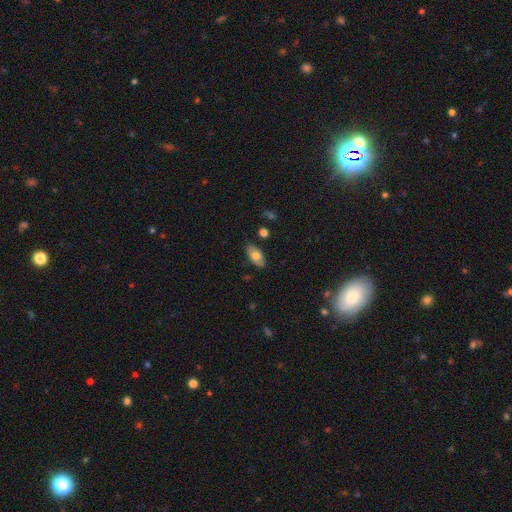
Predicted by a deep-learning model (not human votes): Q: Smooth or featured?
A: smooth (67%); runner-up: featured or disk (26%)
Q: How rounded?
A: in between (92%); runner-up: cigar-shaped (5%)
Q: Merging?
A: none (83%); runner-up: minor disturbance (13%)